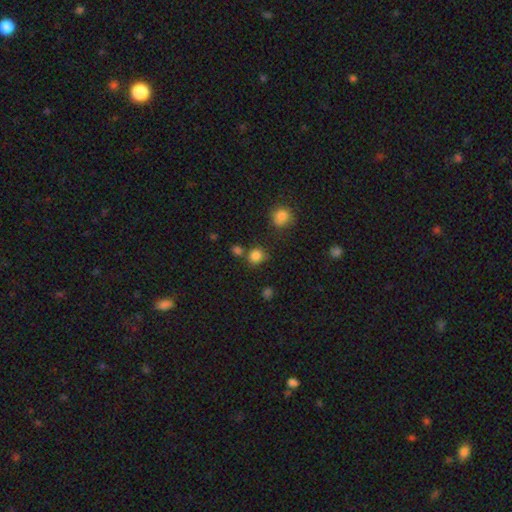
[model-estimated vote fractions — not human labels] This is clearly a smooth galaxy (82%). How rounded: clearly round (84%). Merging: likely none (70%).